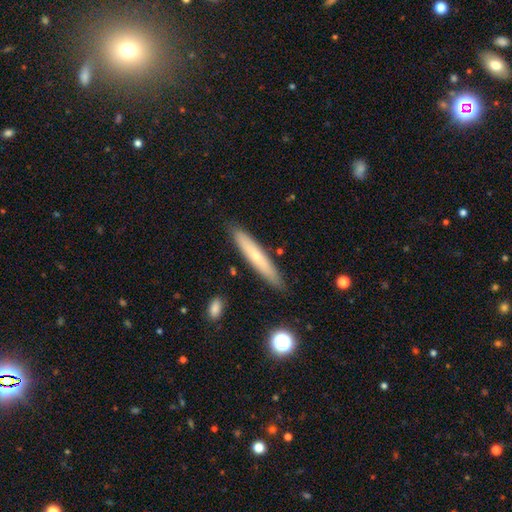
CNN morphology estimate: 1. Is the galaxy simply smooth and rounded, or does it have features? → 60% smooth, 33% featured or disk, 7% star or artifact.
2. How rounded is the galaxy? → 93% cigar-shaped, 6% in between, 1% round.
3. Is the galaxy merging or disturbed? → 87% none, 9% minor disturbance, 2% merger, 2% major disturbance.